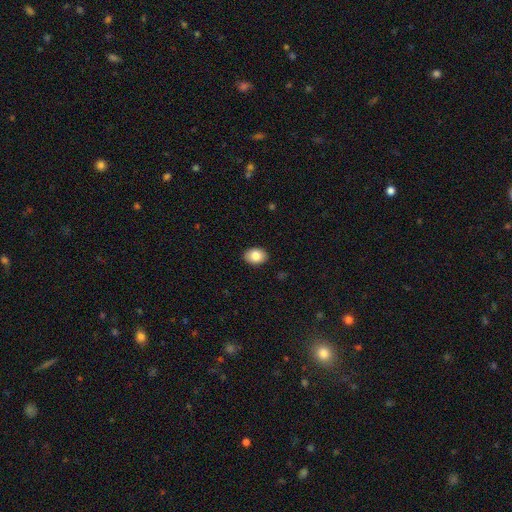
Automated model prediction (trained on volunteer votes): smooth 84%, star or artifact 8%, featured or disk 8%. Down the decision tree: how rounded — in between (70%); merging — none (90%).